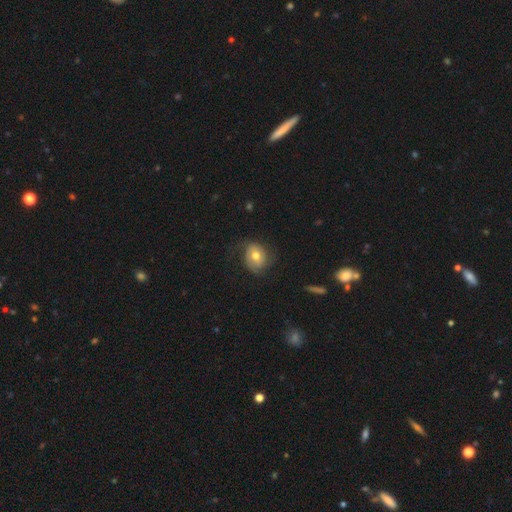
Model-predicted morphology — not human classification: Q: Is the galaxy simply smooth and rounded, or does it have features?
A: featured or disk — 47%.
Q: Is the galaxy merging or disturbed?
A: none — 60%.